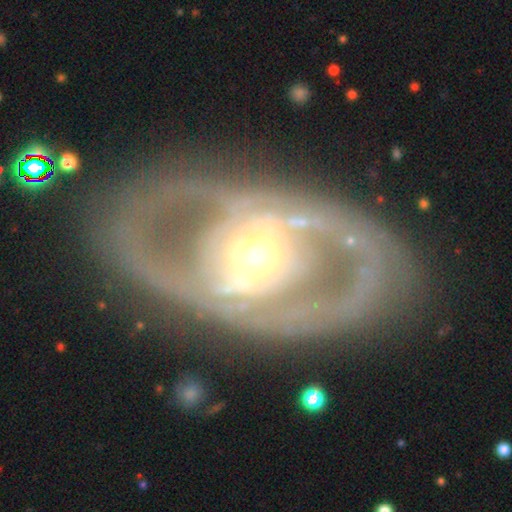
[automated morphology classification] This appears to be a featured or disk galaxy (85%) with no bar (48%), 2 (49%) tight (46%) spiral arms (67%) and a moderate central bulge (67%). Merging: none (58%).